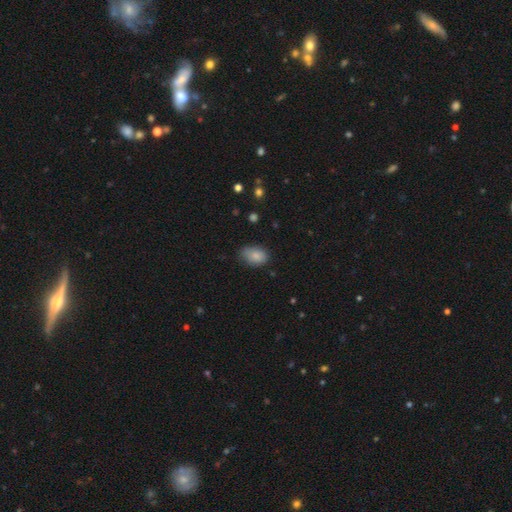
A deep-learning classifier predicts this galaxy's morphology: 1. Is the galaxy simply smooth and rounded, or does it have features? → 84% smooth, 8% featured or disk, 8% star or artifact.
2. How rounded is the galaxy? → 84% in between, 15% round, 1% cigar-shaped.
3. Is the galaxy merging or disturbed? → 65% none, 28% minor disturbance, 5% major disturbance, 2% merger.